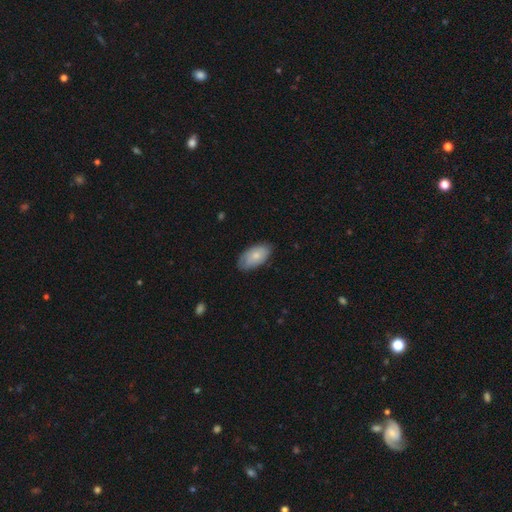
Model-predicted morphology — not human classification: Overall: smooth (73%). How rounded: in between (95%). Merging: none (78%).